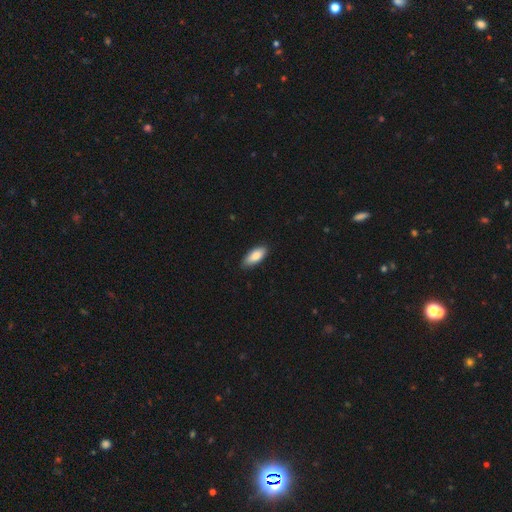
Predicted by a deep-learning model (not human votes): smooth 86%, featured or disk 9%, star or artifact 6%. Down the decision tree: how rounded — in between (83%); merging — none (84%).